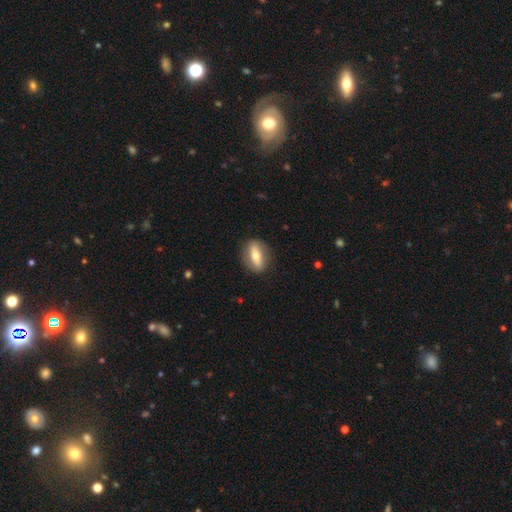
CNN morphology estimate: featured or disk 49%, smooth 45%, star or artifact 6%. Down the decision tree: merging — none (85%).